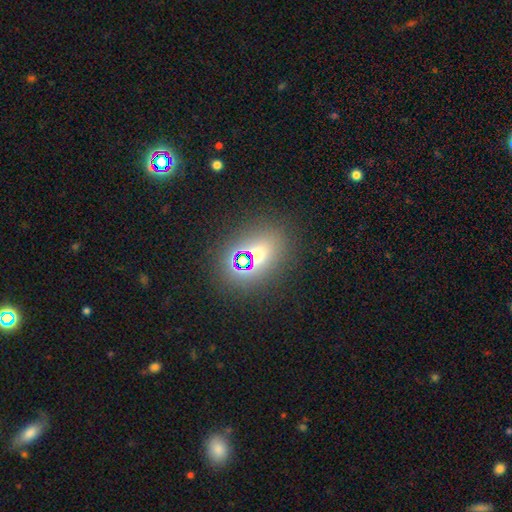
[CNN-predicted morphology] This is possibly a smooth galaxy (45%). Merging: likely none (76%).